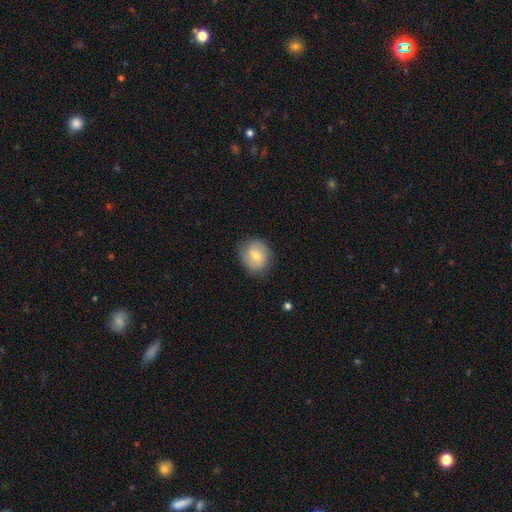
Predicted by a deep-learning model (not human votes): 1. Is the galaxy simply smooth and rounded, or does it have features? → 63% smooth, 29% featured or disk, 8% star or artifact.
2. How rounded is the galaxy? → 77% round, 22% in between, 1% cigar-shaped.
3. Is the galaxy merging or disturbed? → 84% none, 12% minor disturbance, 3% major disturbance, 1% merger.